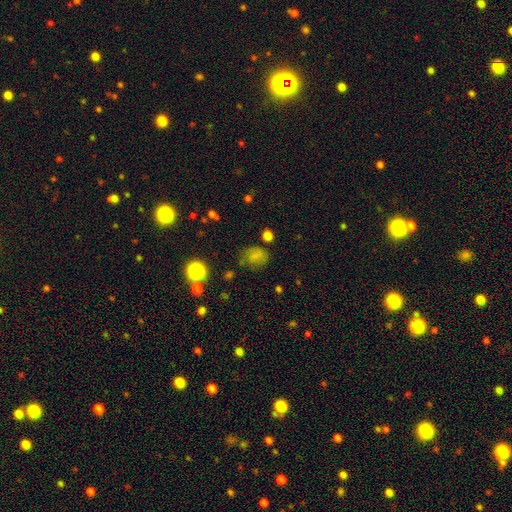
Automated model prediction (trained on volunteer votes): smooth-or-featured: smooth: 71% | star or artifact: 18% | featured or disk: 11%
  how-rounded: round: 53% | in between: 46% | cigar-shaped: 1%
  merging: none: 60% | minor disturbance: 24% | major disturbance: 12% | merger: 4%